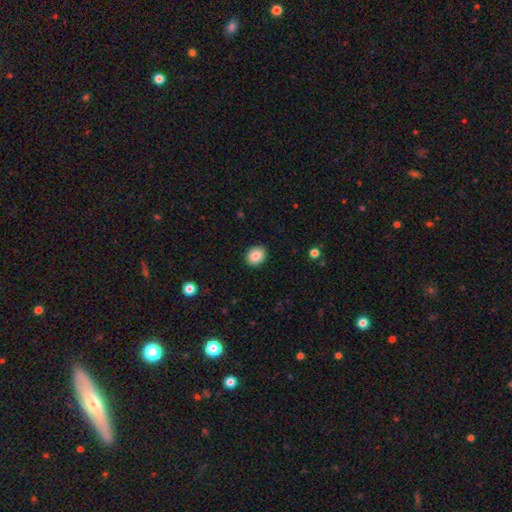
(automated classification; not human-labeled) Smooth or featured: smooth — 86% (star or artifact — 8%)
How rounded: in between — 54% (round — 45%)
Merging: none — 90% (minor disturbance — 7%)